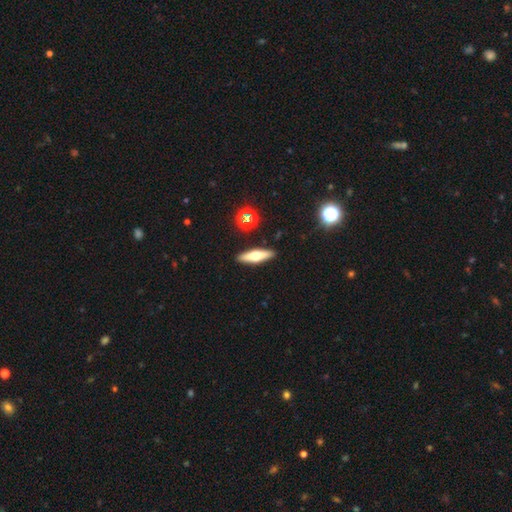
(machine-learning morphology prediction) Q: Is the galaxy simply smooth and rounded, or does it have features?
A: smooth — 50%.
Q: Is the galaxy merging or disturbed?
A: none — 89%.